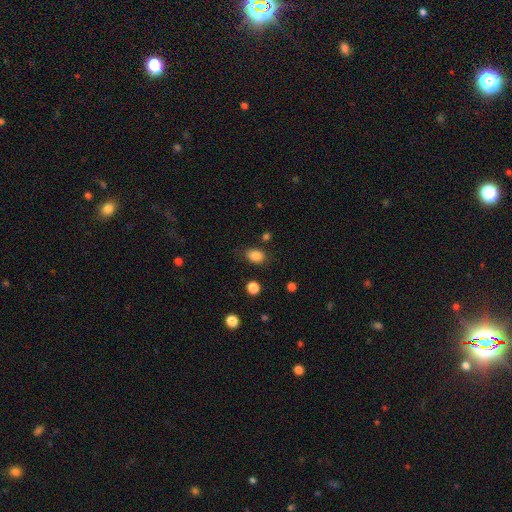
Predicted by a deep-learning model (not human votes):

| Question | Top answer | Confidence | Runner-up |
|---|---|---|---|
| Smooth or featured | smooth | 85% | star or artifact (11%) |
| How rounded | in between | 66% | round (33%) |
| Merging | none | 79% | minor disturbance (14%) |